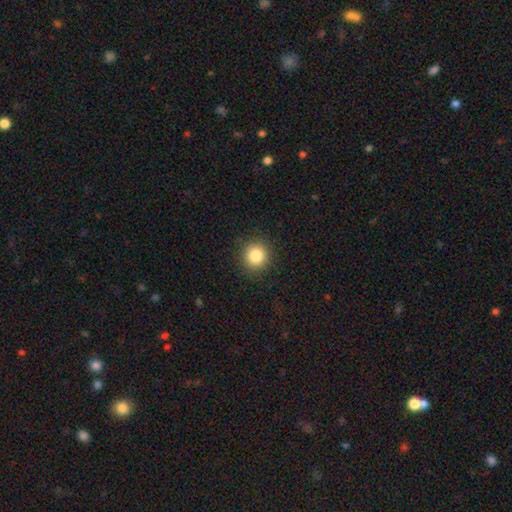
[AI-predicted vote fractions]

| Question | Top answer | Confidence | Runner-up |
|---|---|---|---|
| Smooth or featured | smooth | 84% | star or artifact (11%) |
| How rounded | round | 92% | in between (7%) |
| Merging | none | 91% | minor disturbance (6%) |